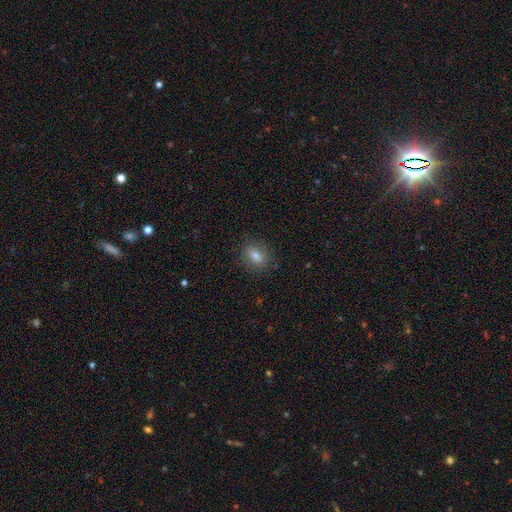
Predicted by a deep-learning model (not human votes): This appears to be a smooth galaxy with no disk features (75%) that is in between round and cigar-shaped (57%). Merging: none (86%).